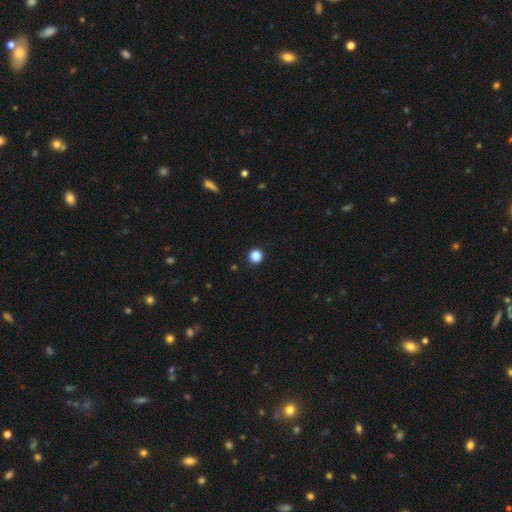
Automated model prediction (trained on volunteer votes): A smooth galaxy with no disk features (86%) that is round (96%).

Vote fractions:
- Smooth or featured? smooth: 86% / star or artifact: 11% / featured or disk: 2%
- How rounded? round: 96% / in between: 3% / cigar-shaped: 1%
- Merging? none: 93% / minor disturbance: 4% / major disturbance: 2% / merger: 1%